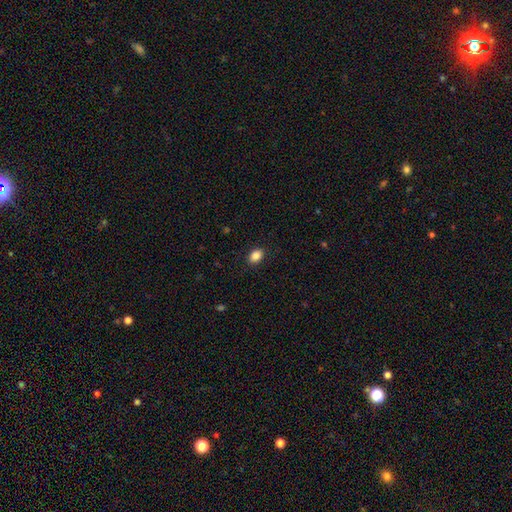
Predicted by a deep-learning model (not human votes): smooth 87%, star or artifact 9%, featured or disk 4%. Down the decision tree: how rounded — in between (74%); merging — none (89%).